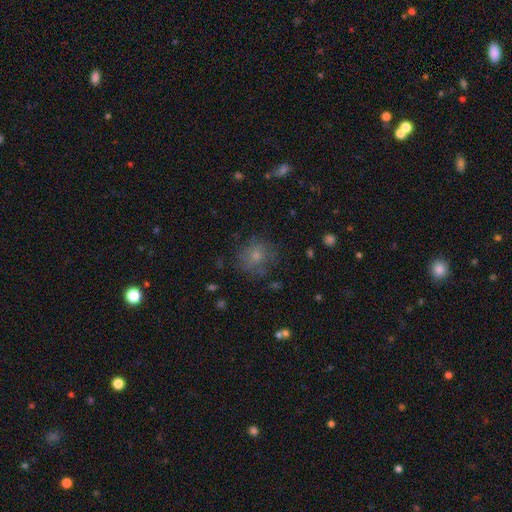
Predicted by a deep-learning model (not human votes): A smooth galaxy with no disk features (71%) that is round (79%). Merging: none (72%).